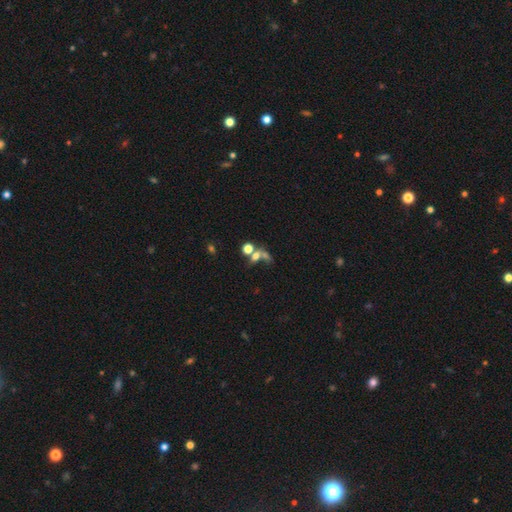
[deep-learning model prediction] This appears to be a smooth galaxy with no disk features (54%) that is round (53%). Merging: merger (50%).